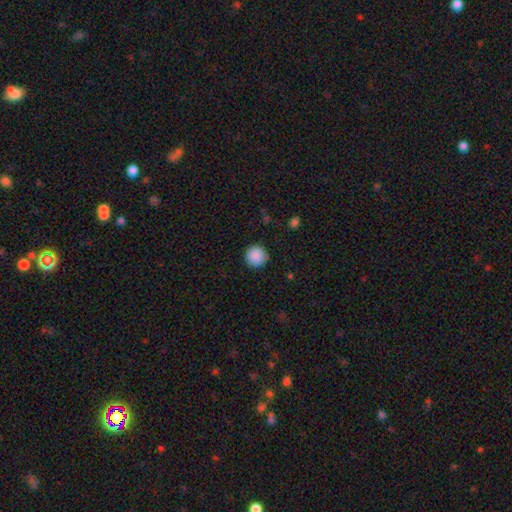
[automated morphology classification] Q: Smooth or featured?
A: smooth (89%); runner-up: star or artifact (9%)
Q: How rounded?
A: round (96%); runner-up: in between (3%)
Q: Merging?
A: none (91%); runner-up: minor disturbance (6%)